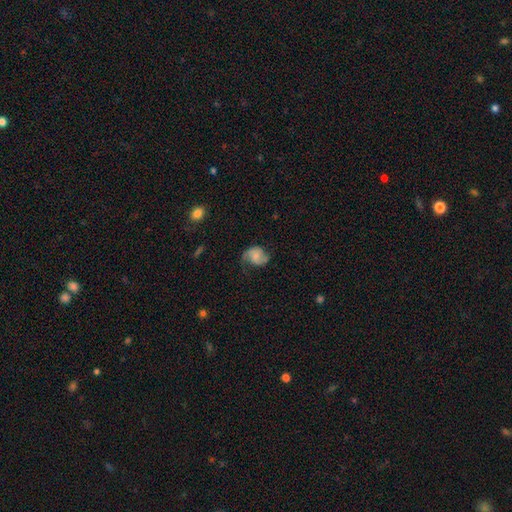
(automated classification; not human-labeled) A featured or disk galaxy (61%) with no bar (63%), 2 (77%) medium (43%) spiral arms (91%) and a small central bulge (47%).

Vote fractions:
- Smooth or featured? featured or disk: 61% / smooth: 31% / star or artifact: 8%
- Edge-on disk? no: 98% / yes: 2%
- Bar? no: 63% / weak: 30% / strong: 6%
- Spiral arms? yes: 91% / no: 9%
- Spiral winding? medium: 43% / loose: 40% / tight: 17%
- Spiral arm count? 2: 77% / 1: 13% / can't tell: 7% / 3: 2% / 4: 1% / more than 4: 1%
- Bulge size? small: 47% / moderate: 28% / none: 19% / large: 4% / dominant: 2%
- Merging? none: 53% / minor disturbance: 26% / major disturbance: 18% / merger: 2%